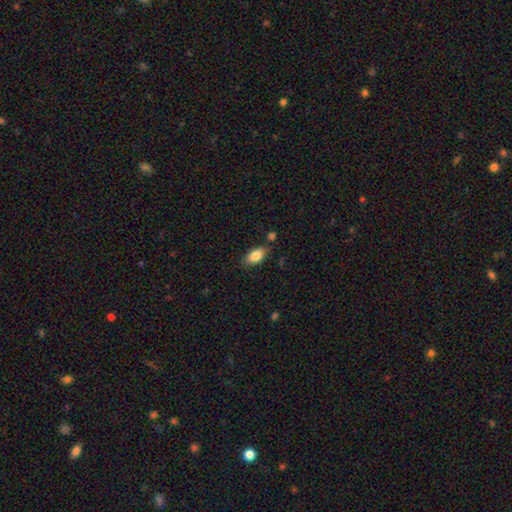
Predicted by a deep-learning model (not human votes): A smooth galaxy with no disk features (84%) that is in between round and cigar-shaped (91%). Merging: none (77%).